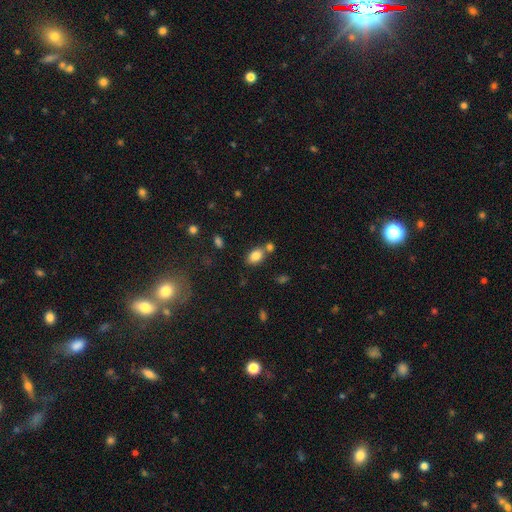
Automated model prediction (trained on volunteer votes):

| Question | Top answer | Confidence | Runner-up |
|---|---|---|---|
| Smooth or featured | smooth | 83% | star or artifact (9%) |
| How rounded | in between | 85% | round (14%) |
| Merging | none | 64% | merger (21%) |